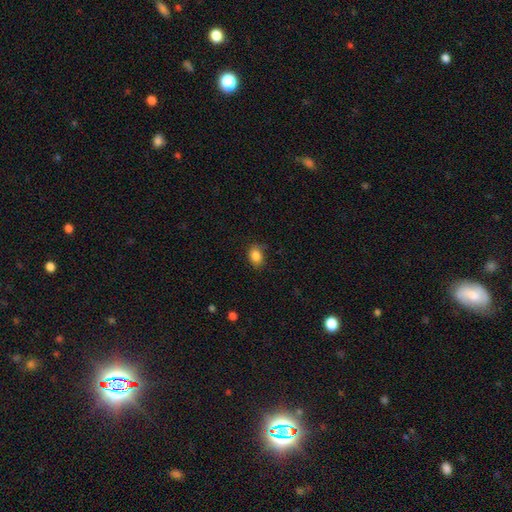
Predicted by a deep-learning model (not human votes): Smooth or featured? Predicted: smooth (p=0.86). How rounded? Predicted: in between (p=0.68). Merging? Predicted: none (p=0.78).